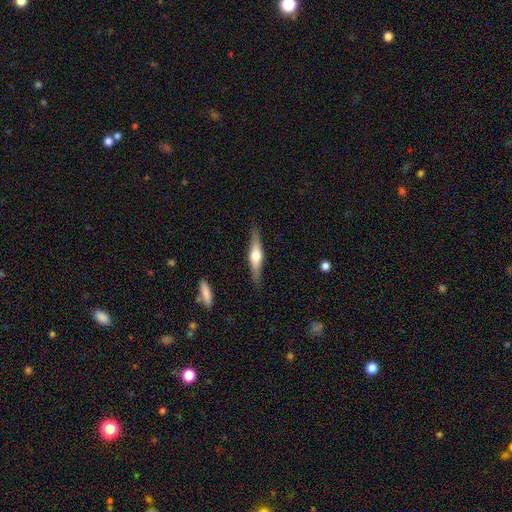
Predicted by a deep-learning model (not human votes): Smooth or featured? featured or disk (62%)
Edge-on disk? yes (96%)
Edge-on bulge? rounded (92%)
Merging? none (87%)